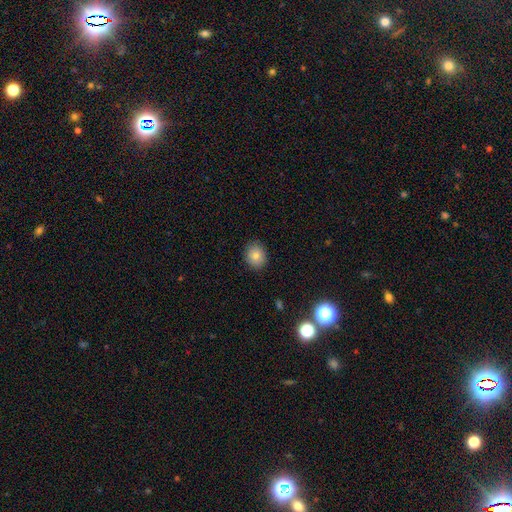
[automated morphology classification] Smooth or featured: smooth — 82% (star or artifact — 10%)
How rounded: round — 67% (in between — 32%)
Merging: none — 89% (minor disturbance — 8%)